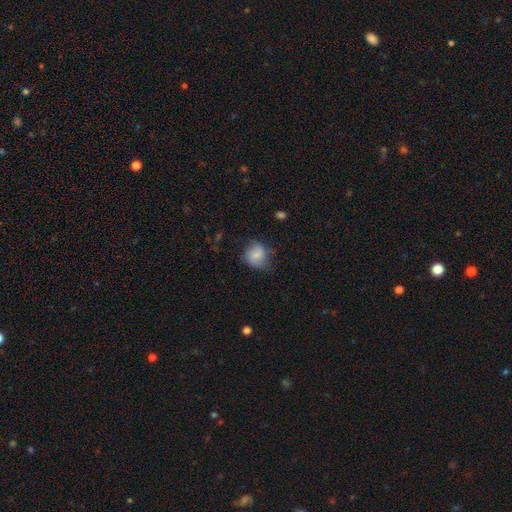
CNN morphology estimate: smooth-or-featured: smooth: 74% | featured or disk: 18% | star or artifact: 8%
  how-rounded: round: 71% | in between: 28% | cigar-shaped: 1%
  merging: none: 58% | minor disturbance: 29% | major disturbance: 11% | merger: 2%